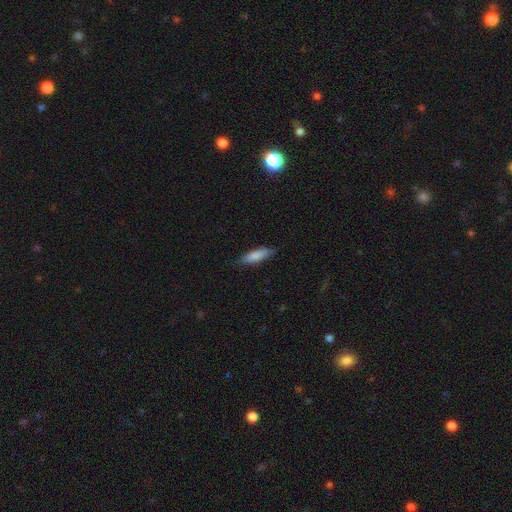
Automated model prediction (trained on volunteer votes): smooth 83%, featured or disk 12%, star or artifact 6%. Down the decision tree: how rounded — cigar-shaped (58%); merging — none (82%).